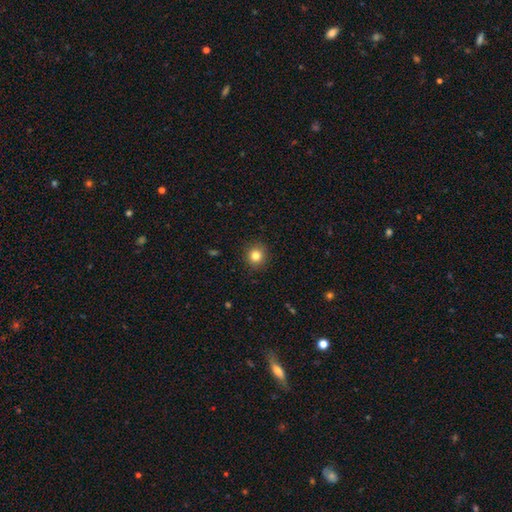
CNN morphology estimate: Q: Smooth or featured?
A: smooth (82%); runner-up: star or artifact (11%)
Q: How rounded?
A: round (91%); runner-up: in between (8%)
Q: Merging?
A: none (91%); runner-up: minor disturbance (6%)